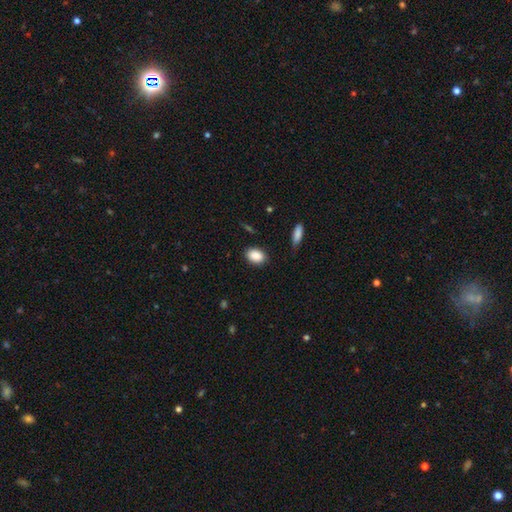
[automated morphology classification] smooth_or_featured: smooth (p=0.89) [alt: star or artifact p=0.07]
how_rounded: in between (p=0.82) [alt: round p=0.16]
merging: none (p=0.85) [alt: minor disturbance p=0.11]